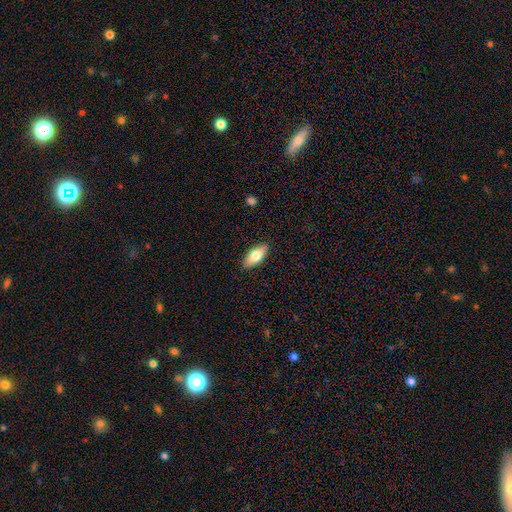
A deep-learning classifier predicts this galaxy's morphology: Smooth or featured? smooth (72%)
How rounded? in between (82%)
Merging? none (88%)